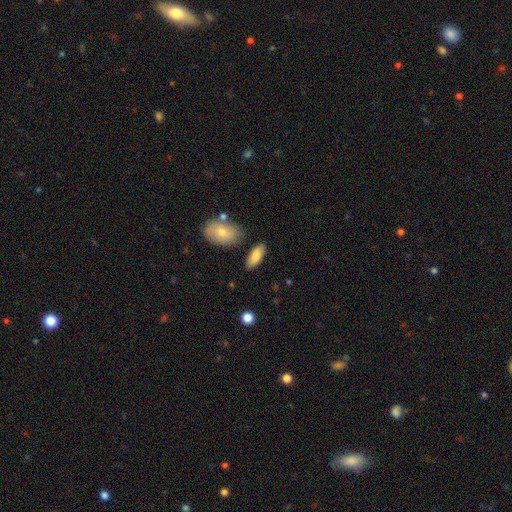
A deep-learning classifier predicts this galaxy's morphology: smooth_or_featured: smooth (p=0.83) [alt: featured or disk p=0.11]
how_rounded: in between (p=0.85) [alt: cigar-shaped p=0.12]
merging: none (p=0.80) [alt: minor disturbance p=0.12]